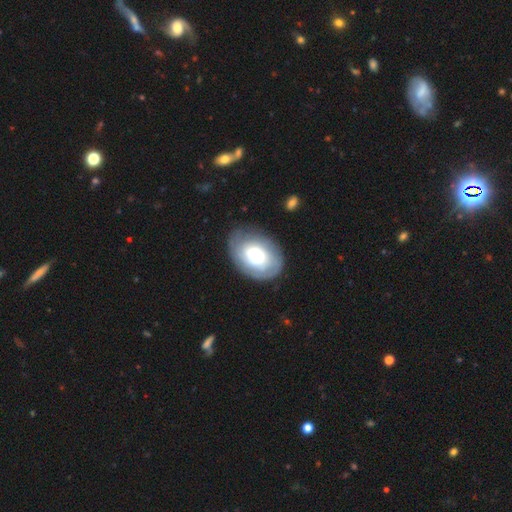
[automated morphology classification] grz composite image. It shows a smooth galaxy with no disk features (54%) that is in between round and cigar-shaped (76%). Merging: none (73%).